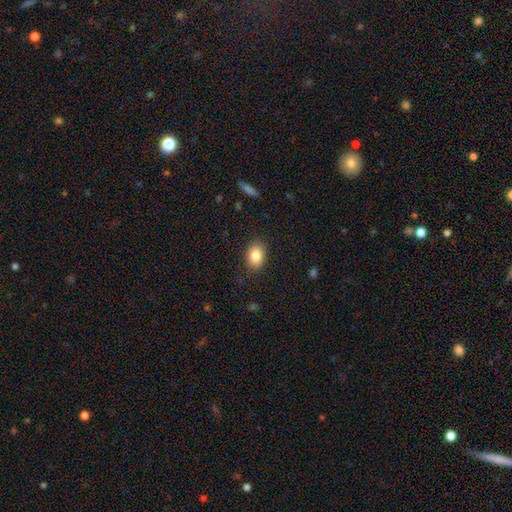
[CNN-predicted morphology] This is clearly a smooth galaxy (85%). How rounded: likely in between (80%). Merging: clearly none (86%).